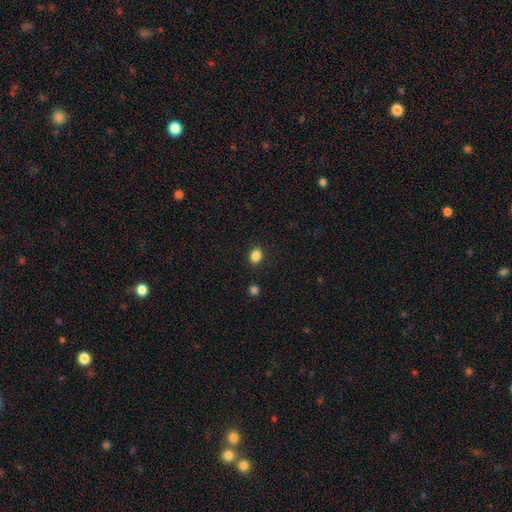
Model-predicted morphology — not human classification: smooth-or-featured: smooth: 86% | star or artifact: 11% | featured or disk: 4%
  how-rounded: round: 52% | in between: 47% | cigar-shaped: 1%
  merging: none: 88% | minor disturbance: 8% | major disturbance: 2% | merger: 2%